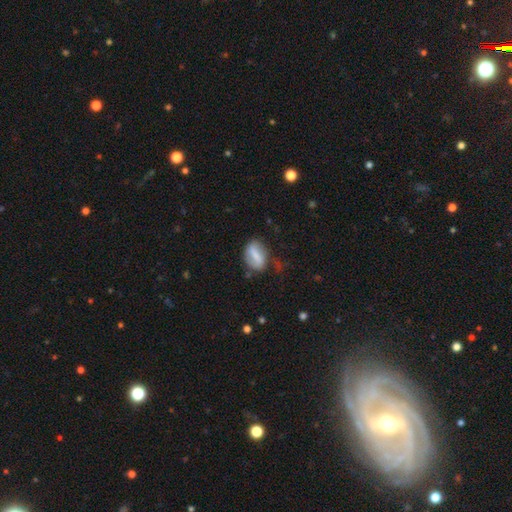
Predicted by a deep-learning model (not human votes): Smooth or featured: smooth — 55% (featured or disk — 37%)
How rounded: in between — 81% (round — 13%)
Merging: none — 61% (minor disturbance — 25%)